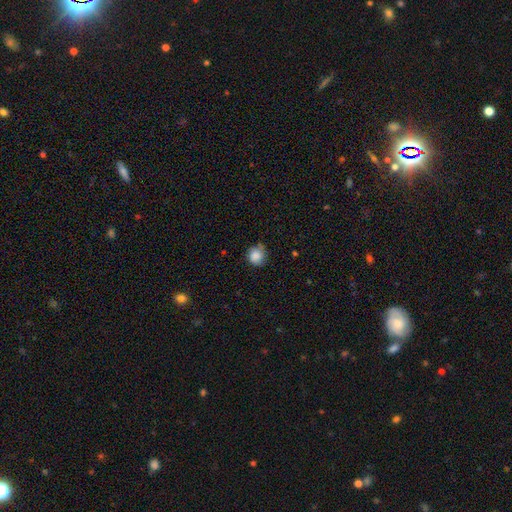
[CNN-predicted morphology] Q: Smooth or featured?
A: smooth (82%); runner-up: featured or disk (10%)
Q: How rounded?
A: round (83%); runner-up: in between (16%)
Q: Merging?
A: none (63%); runner-up: minor disturbance (28%)